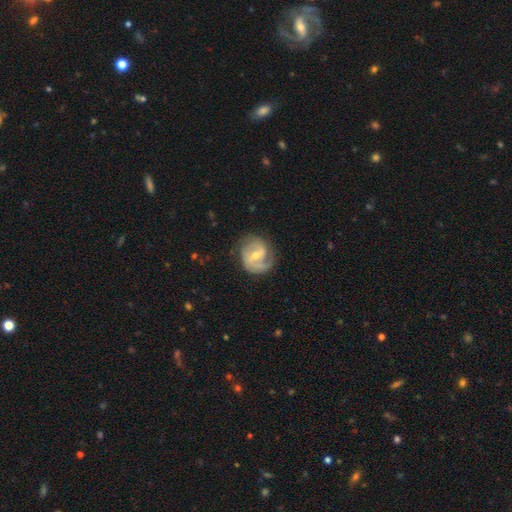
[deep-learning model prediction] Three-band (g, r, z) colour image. It shows a featured or disk galaxy (84%) with a weak bar (55%), 2 (66%) medium (47%) spiral arms (95%) and a small central bulge (52%). Merging: none (70%).